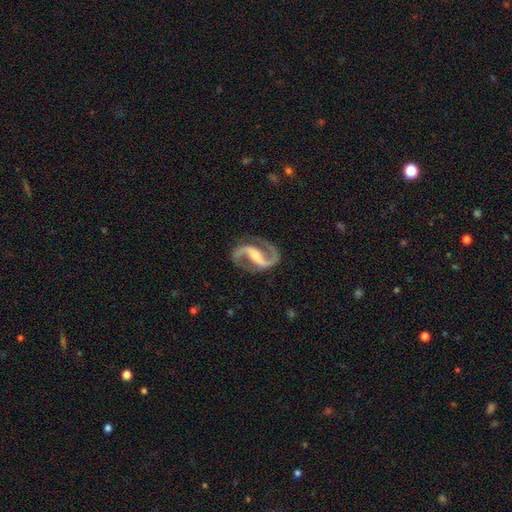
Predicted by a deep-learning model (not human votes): A featured or disk galaxy (93%) with a strong bar (54%), 2 (95%) medium (61%) spiral arms (98%) and a moderate central bulge (44%). Merging: none (83%).